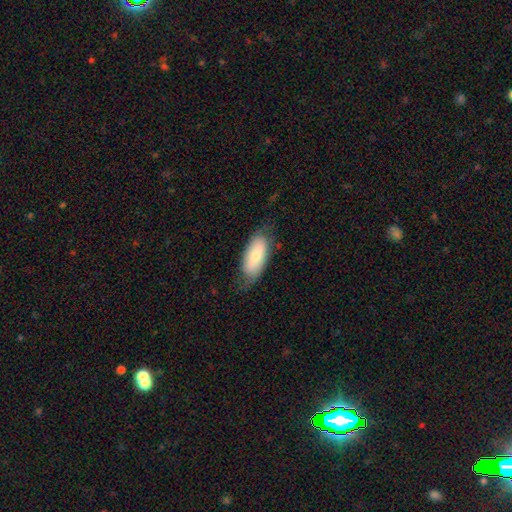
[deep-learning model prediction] Morphology: type=smooth (66%); roundness=in between (89%); merging=none (64%).